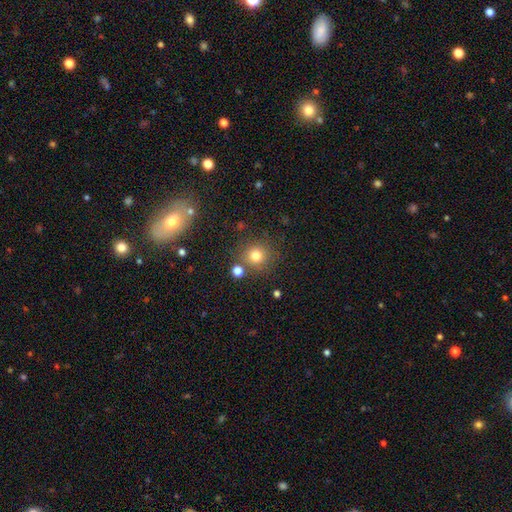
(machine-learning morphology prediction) Overall: smooth (78%). How rounded: round (92%). Merging: none (80%).